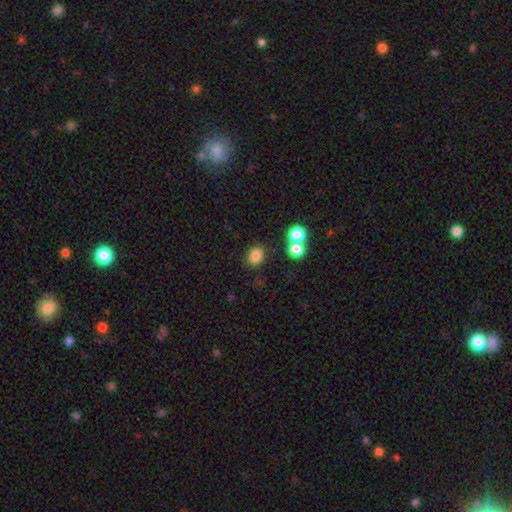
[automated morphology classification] smooth 82%, star or artifact 12%, featured or disk 6%. Down the decision tree: how rounded — in between (51%); merging — none (74%).